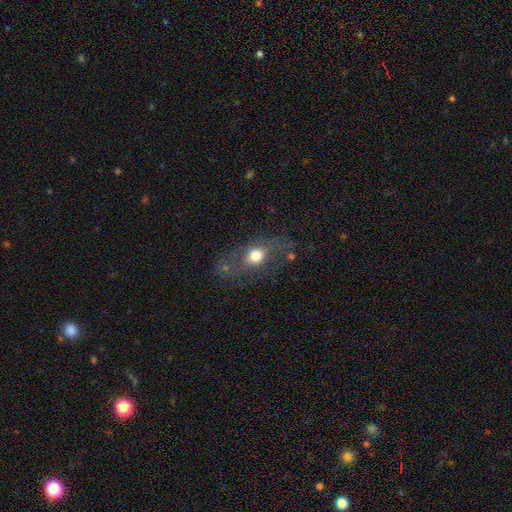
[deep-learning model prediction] A smooth galaxy with no disk features (65%) that is in between round and cigar-shaped (62%). Merging: none (56%).